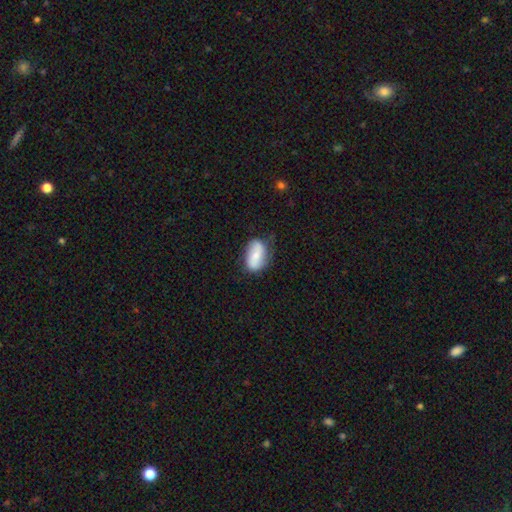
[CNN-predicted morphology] Smooth or featured?
  - smooth: 58% *
  - featured or disk: 35%
  - star or artifact: 7%
How rounded?
  - in between: 89% *
  - round: 8%
  - cigar-shaped: 3%
Merging?
  - none: 65% *
  - minor disturbance: 26%
  - major disturbance: 7%
  - merger: 2%